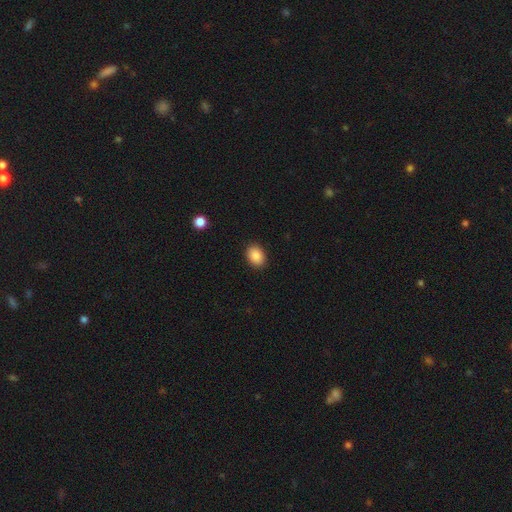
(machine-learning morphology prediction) A smooth galaxy with no disk features (88%) that is in between round and cigar-shaped (71%). Merging: none (89%).